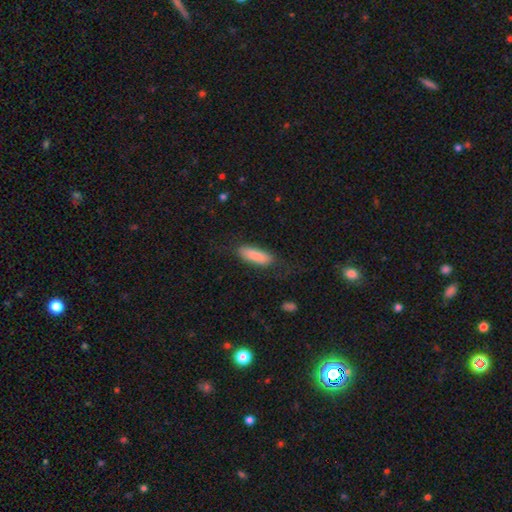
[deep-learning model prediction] Smooth or featured: smooth — 86% (featured or disk — 8%)
How rounded: in between — 59% (cigar-shaped — 39%)
Merging: none — 75% (minor disturbance — 17%)